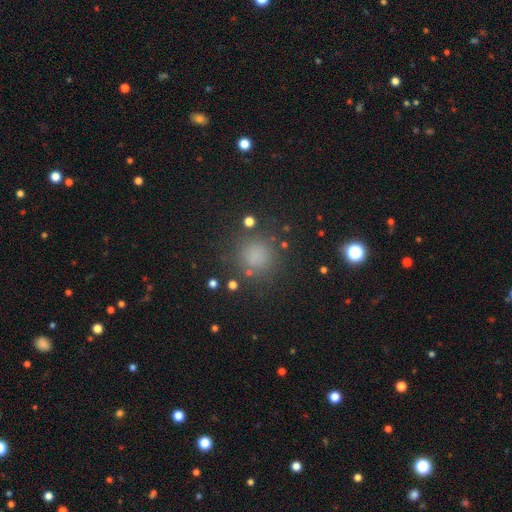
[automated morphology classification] Smooth or featured?
  - smooth: 74% *
  - star or artifact: 20%
  - featured or disk: 6%
How rounded?
  - round: 90% *
  - in between: 9%
  - cigar-shaped: 1%
Merging?
  - none: 81% *
  - minor disturbance: 10%
  - major disturbance: 5%
  - merger: 3%